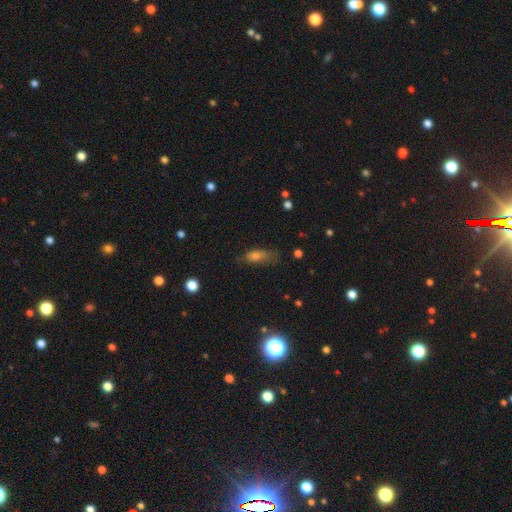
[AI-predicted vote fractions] Smooth or featured: smooth — 65% (featured or disk — 19%)
How rounded: in between — 61% (cigar-shaped — 35%)
Merging: none — 64% (minor disturbance — 25%)